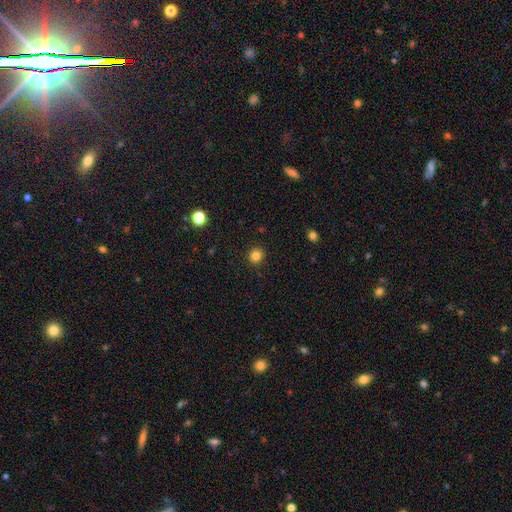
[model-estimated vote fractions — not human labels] Smooth or featured: smooth — 83% (star or artifact — 12%)
How rounded: round — 88% (in between — 11%)
Merging: none — 92% (minor disturbance — 6%)